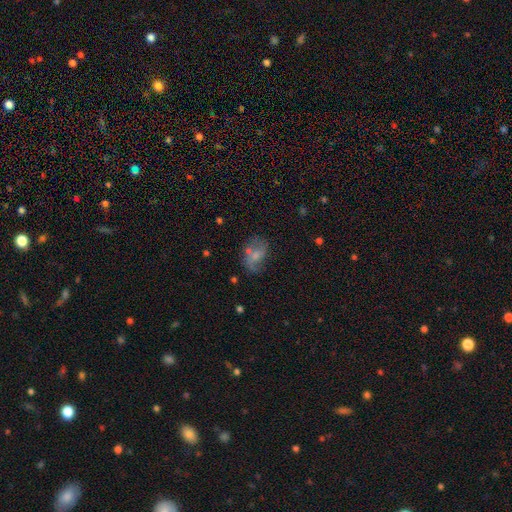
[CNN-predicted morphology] type=featured or disk (45%); merging=none (44%).